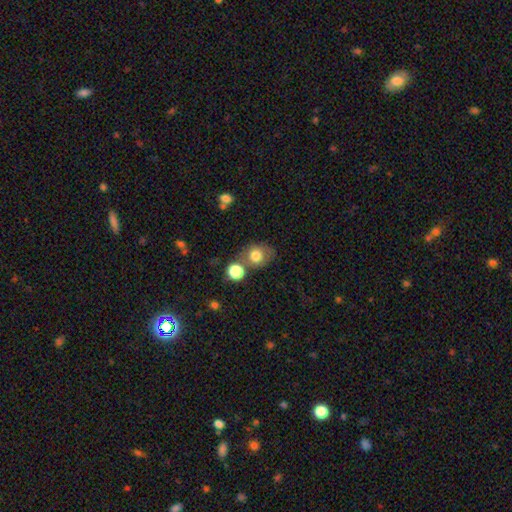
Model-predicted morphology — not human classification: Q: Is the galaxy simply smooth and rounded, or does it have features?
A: smooth — 74%.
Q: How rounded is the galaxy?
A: round — 66%.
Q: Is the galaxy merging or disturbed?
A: none — 59%.